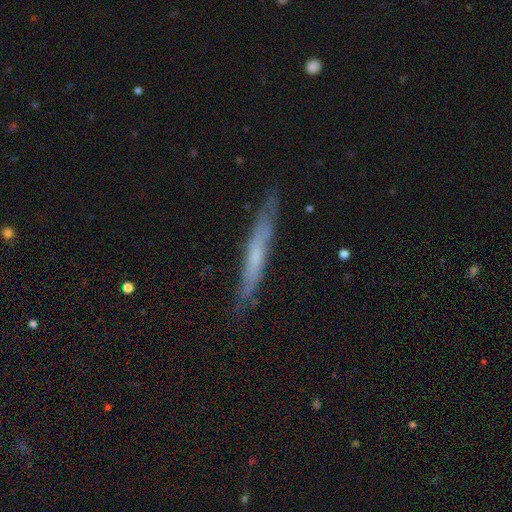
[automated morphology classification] smooth_or_featured: featured or disk (p=0.51) [alt: smooth p=0.42]
disk_edge_on: yes (p=0.85) [alt: no p=0.15]
merging: none (p=0.82) [alt: minor disturbance p=0.14]